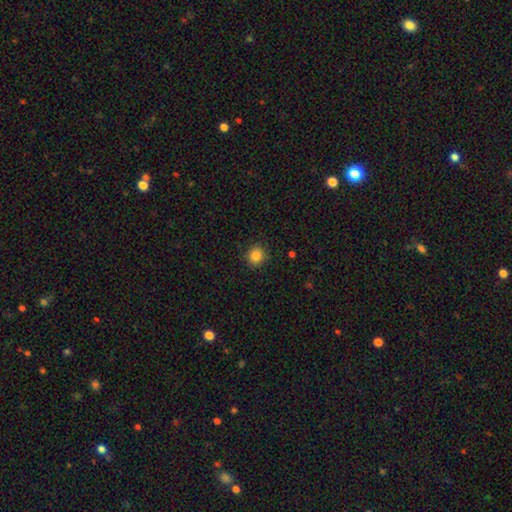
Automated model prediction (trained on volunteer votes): This is clearly a smooth galaxy (85%). How rounded: clearly round (88%). Merging: clearly none (90%).